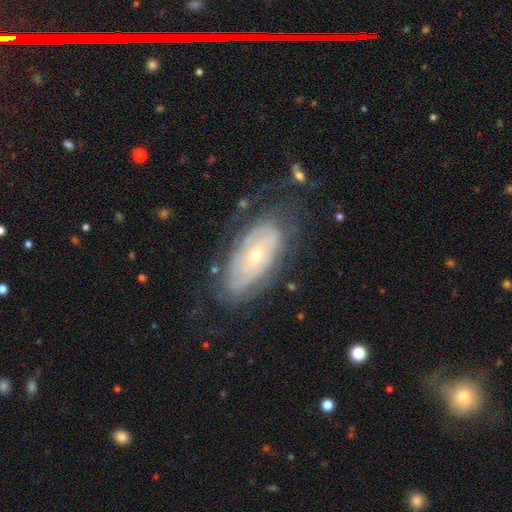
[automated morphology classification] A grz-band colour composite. It shows a featured or disk galaxy (78%) with no bar (76%), tight (75%) spiral arms (86%) and a small central bulge (65%). Merging: none (69%).